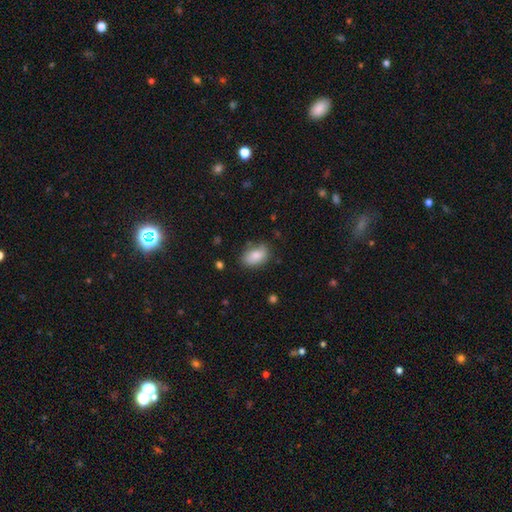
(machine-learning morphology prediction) A smooth galaxy with no disk features (82%) that is in between round and cigar-shaped (86%).

Vote fractions:
- Smooth or featured? smooth: 82% / featured or disk: 10% / star or artifact: 8%
- How rounded? in between: 86% / round: 12% / cigar-shaped: 2%
- Merging? none: 71% / minor disturbance: 22% / major disturbance: 5% / merger: 2%